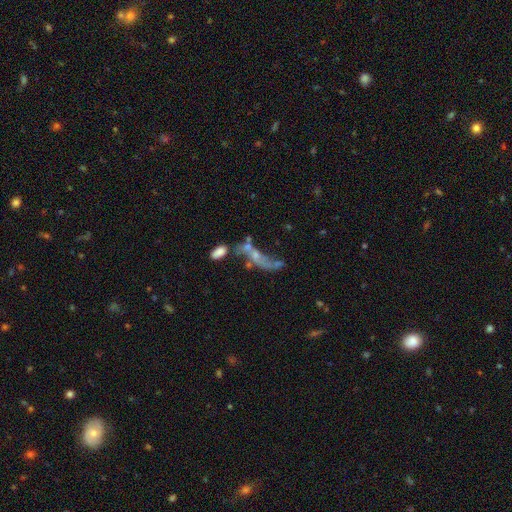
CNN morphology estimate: The model was most divided on "merging": merger: 41%, major disturbance: 24%, none: 23%, minor disturbance: 12%. More confident: edge-on disk — no (83%); smooth or featured — featured or disk (53%).